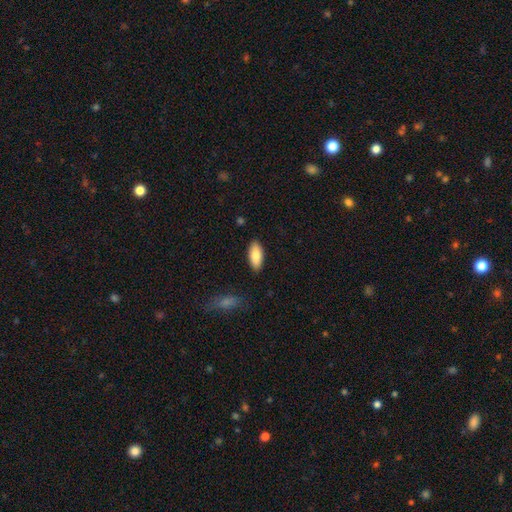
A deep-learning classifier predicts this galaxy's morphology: smooth-or-featured: smooth: 83% | featured or disk: 11% | star or artifact: 6%
  how-rounded: in between: 88% | cigar-shaped: 11% | round: 2%
  merging: none: 88% | minor disturbance: 9% | major disturbance: 2% | merger: 2%